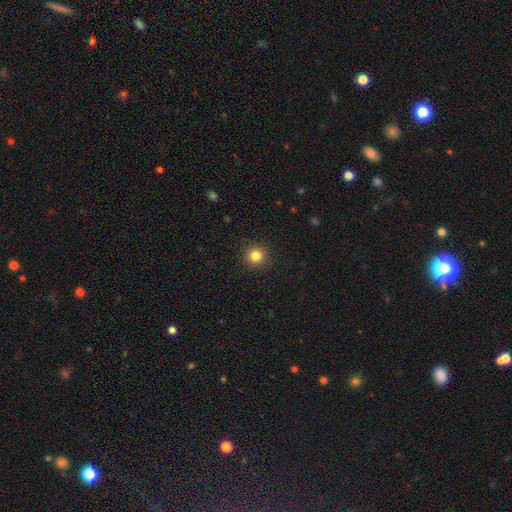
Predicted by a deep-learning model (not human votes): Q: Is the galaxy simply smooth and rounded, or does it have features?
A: smooth — 83%.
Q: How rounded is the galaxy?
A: round — 95%.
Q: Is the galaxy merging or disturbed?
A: none — 92%.